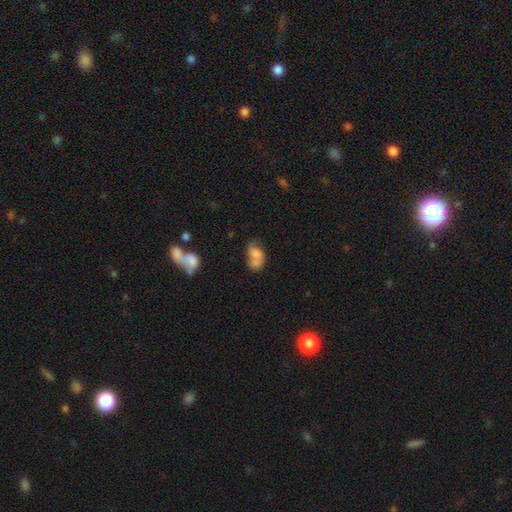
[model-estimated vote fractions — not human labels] Smooth or featured? Predicted: smooth (p=0.65). How rounded? Predicted: in between (p=0.78). Merging? Predicted: merger (p=0.54).